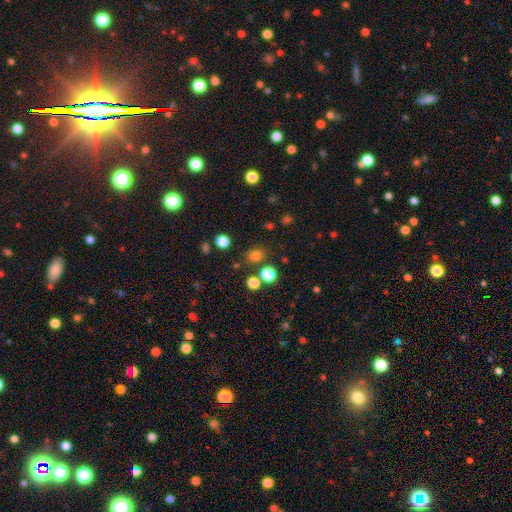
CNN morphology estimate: type=smooth (77%); roundness=round (72%); merging=none (76%).